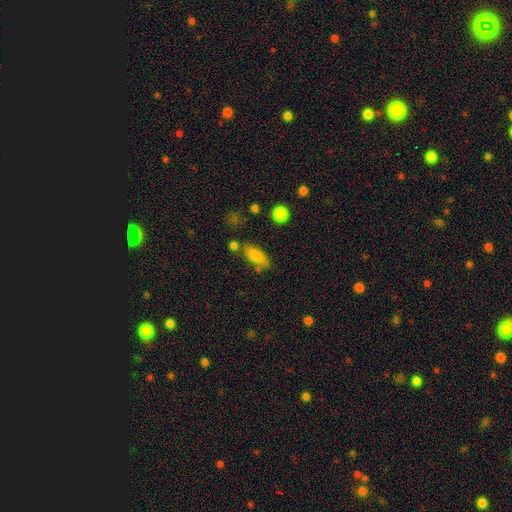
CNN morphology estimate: Smooth or featured?
  - smooth: 79% *
  - featured or disk: 13%
  - star or artifact: 8%
How rounded?
  - in between: 81% *
  - cigar-shaped: 16%
  - round: 3%
Merging?
  - none: 68% *
  - minor disturbance: 16%
  - merger: 11%
  - major disturbance: 5%